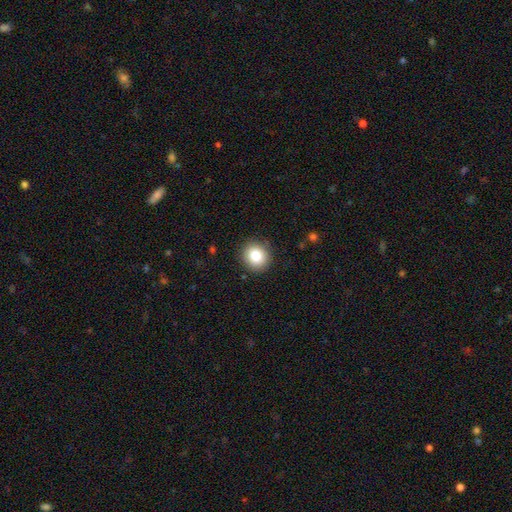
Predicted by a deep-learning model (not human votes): Morphology: type=smooth (84%); roundness=round (84%); merging=none (90%).